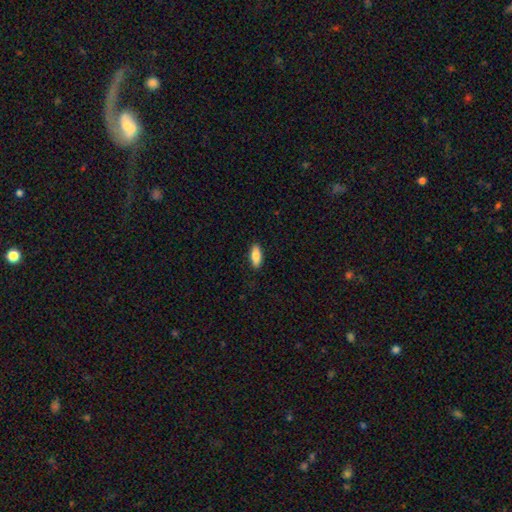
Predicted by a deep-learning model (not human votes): Smooth or featured?
  - smooth: 82% *
  - featured or disk: 12%
  - star or artifact: 6%
How rounded?
  - in between: 76% *
  - cigar-shaped: 22%
  - round: 2%
Merging?
  - none: 88% *
  - minor disturbance: 9%
  - major disturbance: 2%
  - merger: 1%